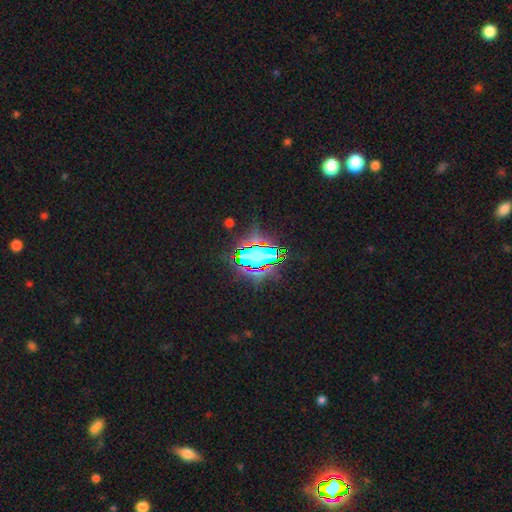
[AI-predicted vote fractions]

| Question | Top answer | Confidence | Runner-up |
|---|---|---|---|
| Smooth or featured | star or artifact | 70% | smooth (17%) |